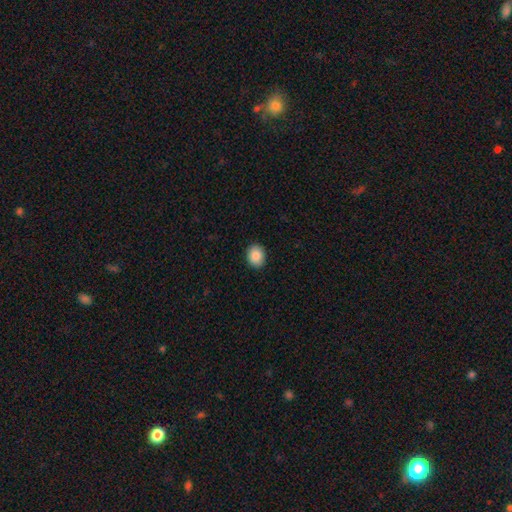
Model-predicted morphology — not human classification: A smooth galaxy with no disk features (89%) that is round (50%).

Vote fractions:
- Smooth or featured? smooth: 89% / star or artifact: 8% / featured or disk: 3%
- How rounded? round: 50% / in between: 49% / cigar-shaped: 1%
- Merging? none: 90% / minor disturbance: 7% / major disturbance: 2% / merger: 1%